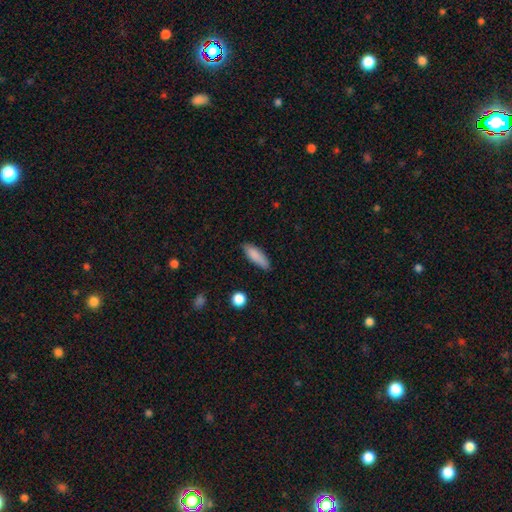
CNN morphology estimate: smooth-or-featured: smooth: 85% | featured or disk: 8% | star or artifact: 7%
  how-rounded: in between: 49% (tied) | cigar-shaped: 49% (tied) | round: 2%
  merging: none: 81% | minor disturbance: 15% | major disturbance: 3% | merger: 2%